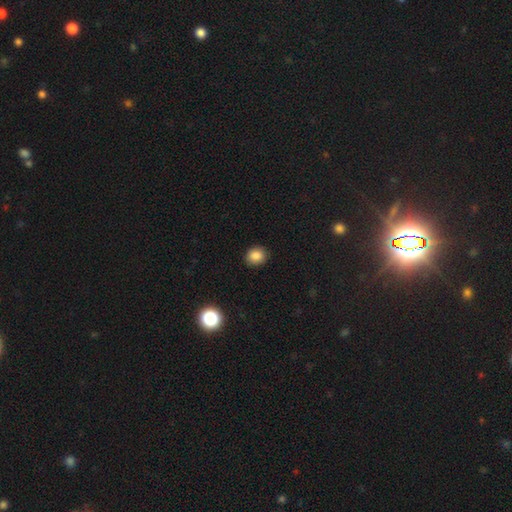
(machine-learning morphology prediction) Overall: smooth (86%). How rounded: round (66%; in between 33%). Merging: none (89%).